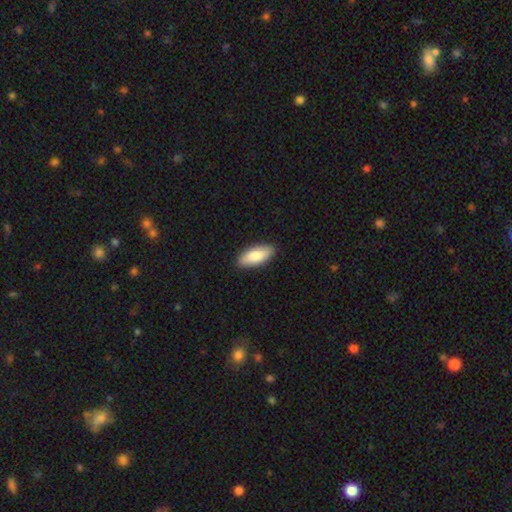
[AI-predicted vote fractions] smooth_or_featured: smooth (p=0.85) [alt: featured or disk p=0.10]
how_rounded: in between (p=0.82) [alt: cigar-shaped p=0.16]
merging: none (p=0.89) [alt: minor disturbance p=0.08]